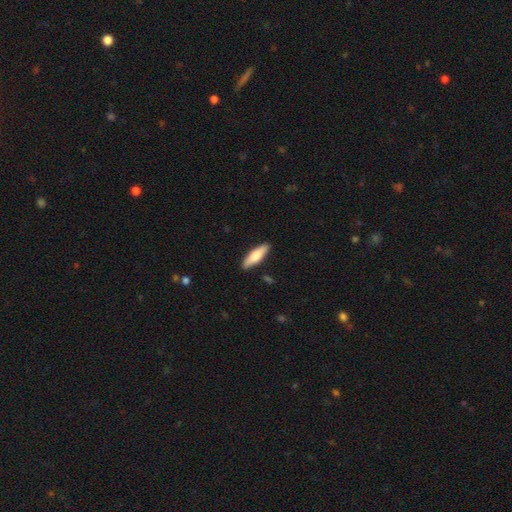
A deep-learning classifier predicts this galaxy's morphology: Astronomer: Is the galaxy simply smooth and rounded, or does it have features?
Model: smooth — 72%.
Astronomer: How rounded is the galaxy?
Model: cigar-shaped — 54% (runner-up: in between, 44%).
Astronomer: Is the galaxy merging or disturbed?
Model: none — 89%.